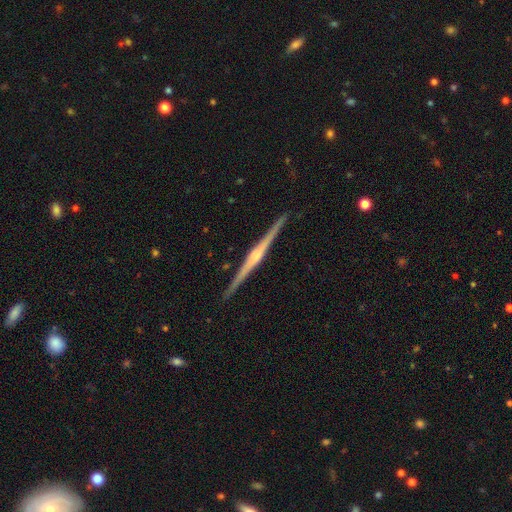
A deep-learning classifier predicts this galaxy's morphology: Q: Smooth or featured?
A: featured or disk (84%); runner-up: smooth (11%)
Q: Edge-on disk?
A: yes (99%); runner-up: no (1%)
Q: Edge-on bulge?
A: rounded (68%); runner-up: boxy (17%)
Q: Merging?
A: none (92%); runner-up: minor disturbance (6%)